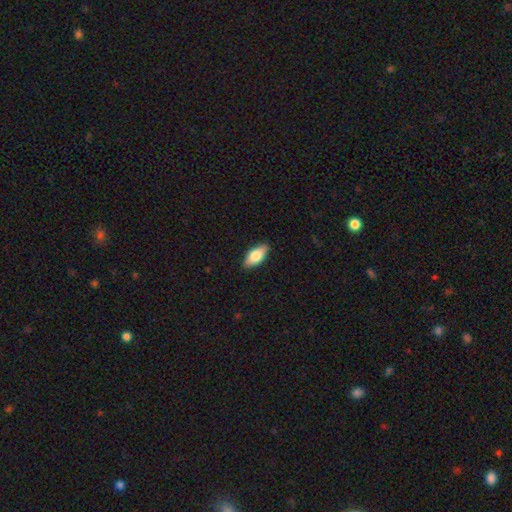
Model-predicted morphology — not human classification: Q: Smooth or featured?
A: smooth (77%); runner-up: featured or disk (17%)
Q: How rounded?
A: in between (86%); runner-up: cigar-shaped (11%)
Q: Merging?
A: none (88%); runner-up: minor disturbance (9%)